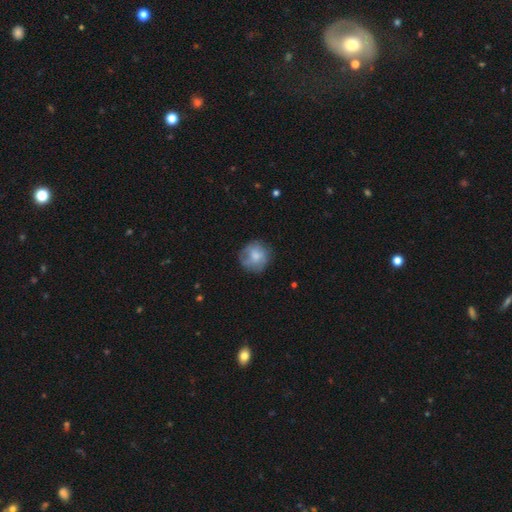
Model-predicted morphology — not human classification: This appears to be a smooth galaxy with no disk features (68%) that is round (89%). Merging: none (72%).